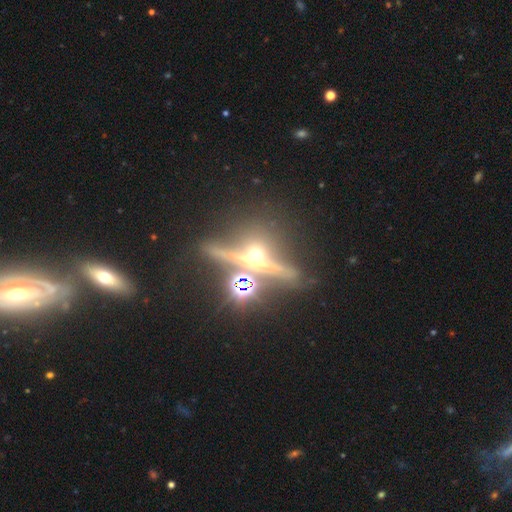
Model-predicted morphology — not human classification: Overall: featured or disk (49%; star or artifact 39%). Merging: none (63%).